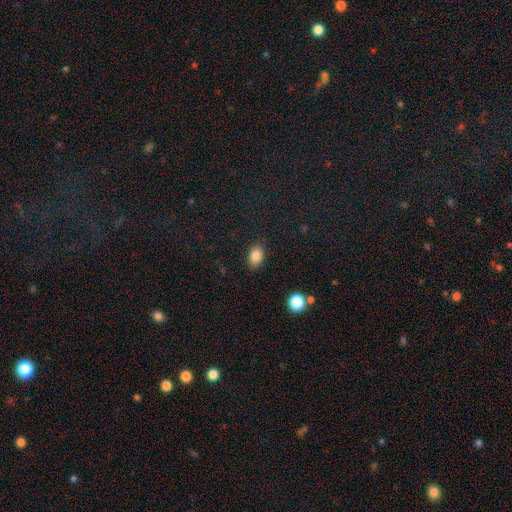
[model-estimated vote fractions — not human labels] Smooth or featured? smooth (84%)
How rounded? in between (81%)
Merging? none (84%)